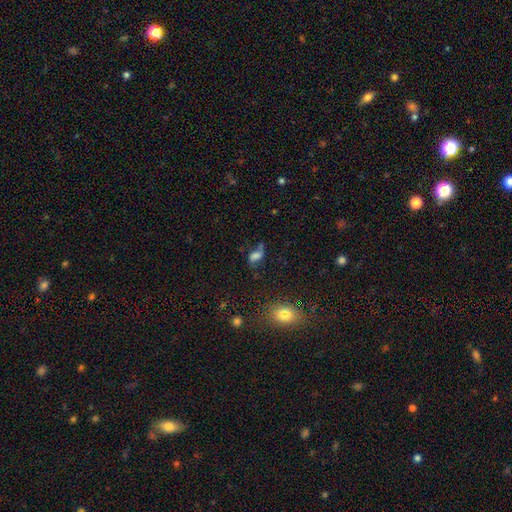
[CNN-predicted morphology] smooth_or_featured: smooth (p=0.56) [alt: featured or disk p=0.27]
how_rounded: in between (p=0.83) [alt: round p=0.11]
merging: none (p=0.42) [alt: minor disturbance p=0.25]